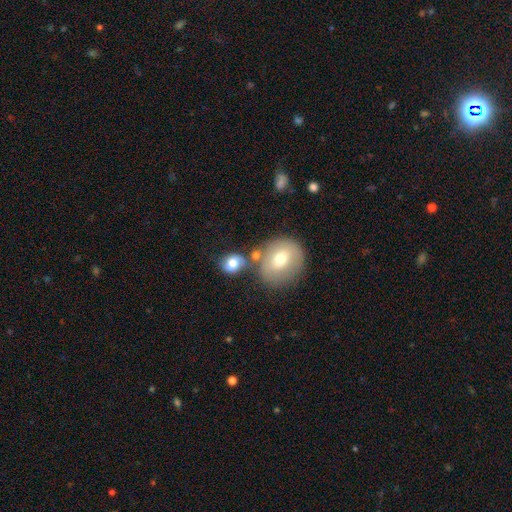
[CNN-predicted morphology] A smooth galaxy with no disk features (61%) that is round (73%).

Vote fractions:
- Smooth or featured? smooth: 61% / featured or disk: 27% / star or artifact: 12%
- How rounded? round: 73% / in between: 26% / cigar-shaped: 1%
- Merging? none: 60% / merger: 21% / minor disturbance: 13% / major disturbance: 5%